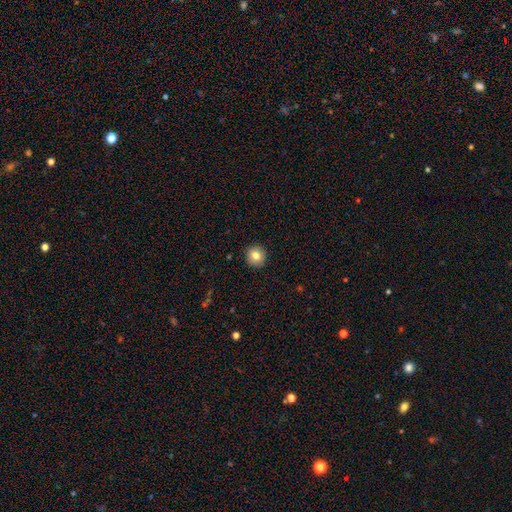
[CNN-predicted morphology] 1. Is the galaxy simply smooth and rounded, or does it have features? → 81% smooth, 10% featured or disk, 9% star or artifact.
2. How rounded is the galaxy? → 95% round, 4% in between, 1% cigar-shaped.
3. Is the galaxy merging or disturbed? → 93% none, 5% minor disturbance, 2% major disturbance, 1% merger.